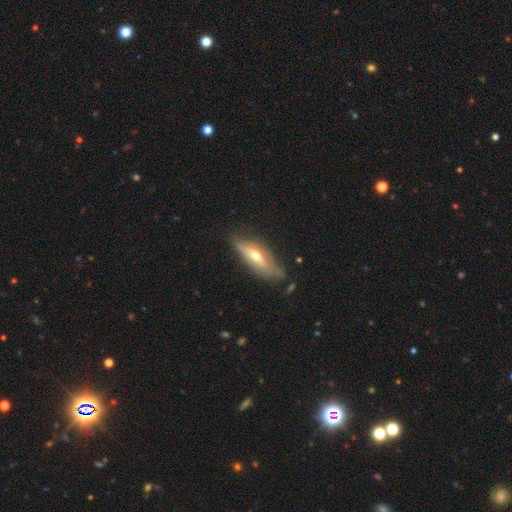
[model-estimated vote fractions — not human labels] Smooth or featured: featured or disk — 58% (smooth — 35%)
Edge-on disk: yes — 66% (no — 34%)
Merging: none — 65% (minor disturbance — 25%)